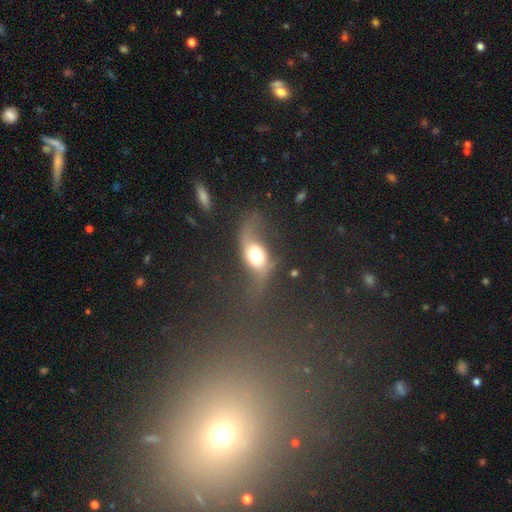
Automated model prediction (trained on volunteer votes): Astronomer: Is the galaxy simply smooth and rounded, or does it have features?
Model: featured or disk — 52% (runner-up: smooth, 38%).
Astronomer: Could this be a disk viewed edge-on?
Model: no — 89%.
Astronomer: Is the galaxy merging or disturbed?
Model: major disturbance — 38% (runner-up: none, 37%).